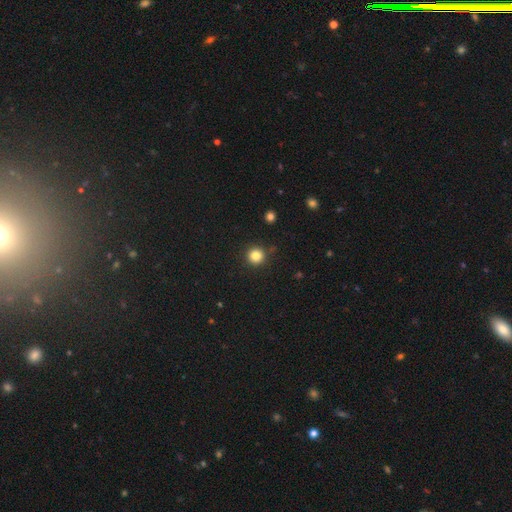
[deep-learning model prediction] This appears to be a smooth galaxy with no disk features (84%) that is round (95%). Merging: none (90%).